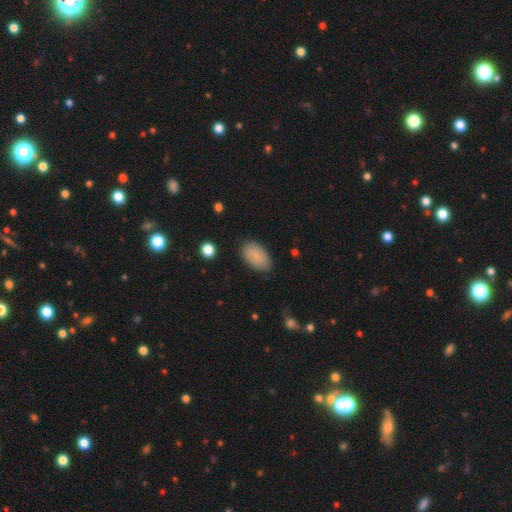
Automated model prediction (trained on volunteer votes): This appears to be a smooth galaxy with no disk features (87%) that is in between round and cigar-shaped (93%). Merging: none (84%).